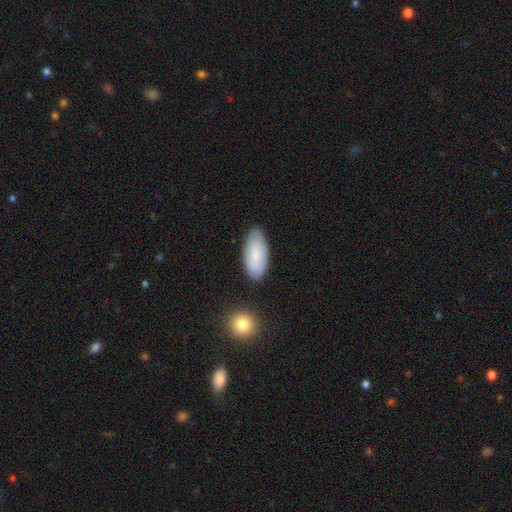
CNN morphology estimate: type=smooth (83%); roundness=in between (91%); merging=none (81%).